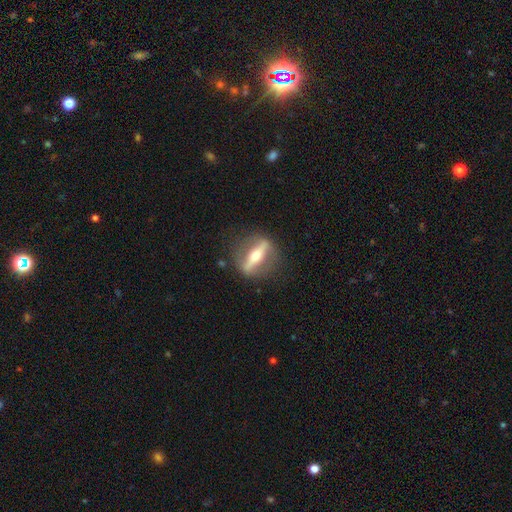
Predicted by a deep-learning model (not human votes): A featured or disk galaxy (79%) viewed edge-on (63%). Merging: none (81%).